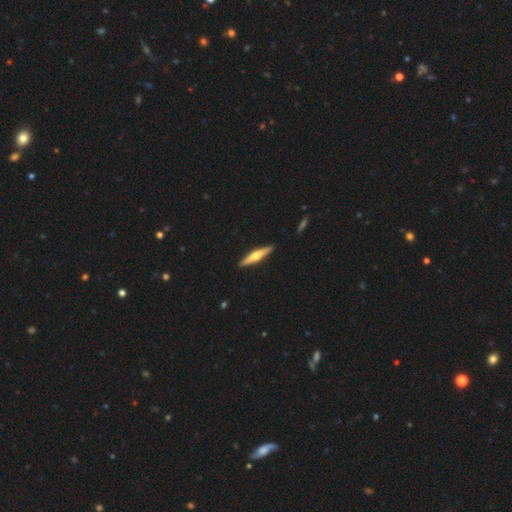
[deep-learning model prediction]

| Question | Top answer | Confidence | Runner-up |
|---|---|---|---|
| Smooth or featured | featured or disk | 64% | smooth (32%) |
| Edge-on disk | yes | 97% | no (3%) |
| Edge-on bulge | rounded | 93% | none (3%) |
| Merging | none | 91% | minor disturbance (6%) |